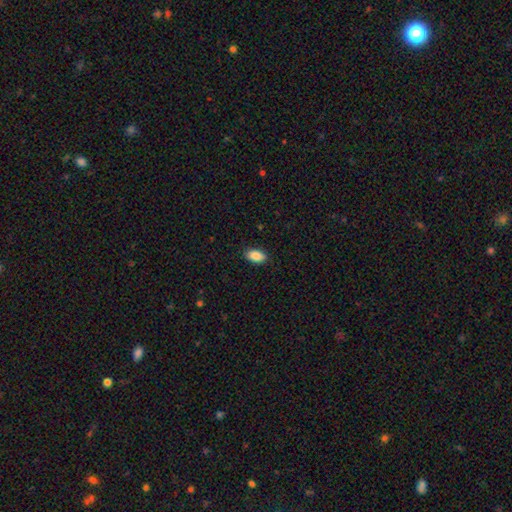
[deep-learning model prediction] smooth-or-featured: smooth: 88% | star or artifact: 7% | featured or disk: 5%
  how-rounded: in between: 92% | round: 5% | cigar-shaped: 3%
  merging: none: 88% | minor disturbance: 9% | major disturbance: 2% | merger: 1%